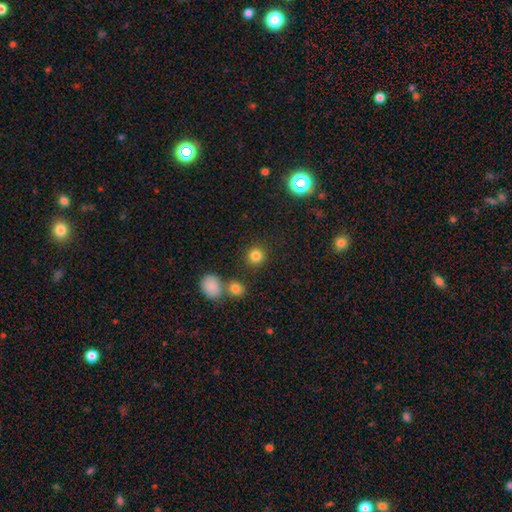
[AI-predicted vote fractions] smooth 82%, star or artifact 13%, featured or disk 5%. Down the decision tree: how rounded — round (92%); merging — none (85%).